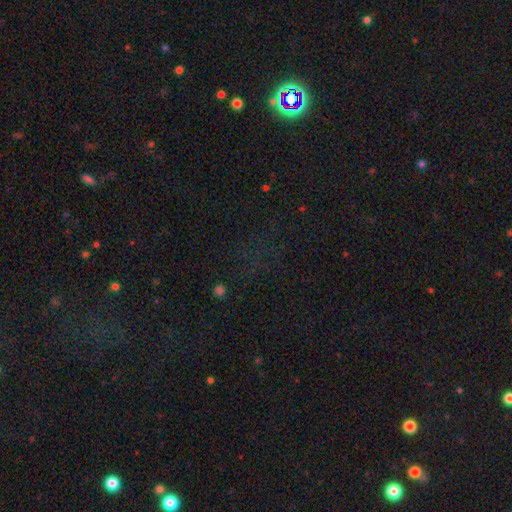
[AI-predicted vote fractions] Morphology: type=star or artifact (71%).